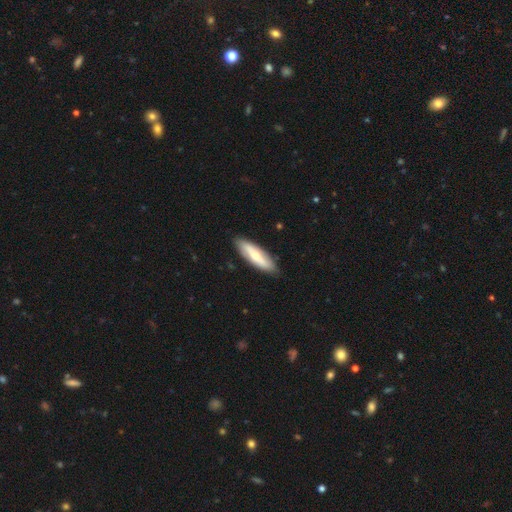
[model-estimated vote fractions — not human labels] A smooth galaxy with no disk features (52%) that is cigar-shaped (50%). Merging: none (86%).